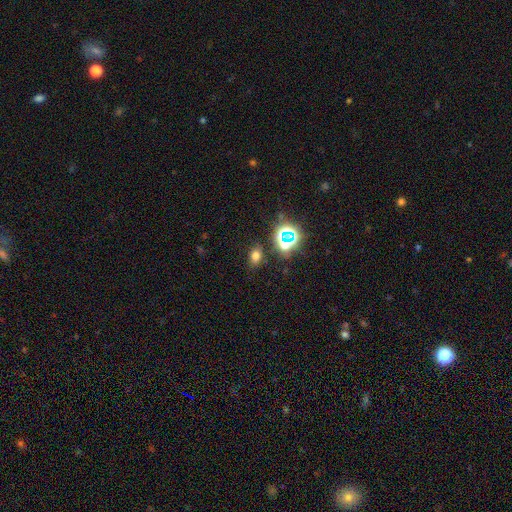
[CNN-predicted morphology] smooth-or-featured: smooth: 65% | star or artifact: 27% | featured or disk: 8%
  how-rounded: in between: 70% | round: 29% | cigar-shaped: 1%
  merging: none: 82% | minor disturbance: 10% | merger: 5% | major disturbance: 3%